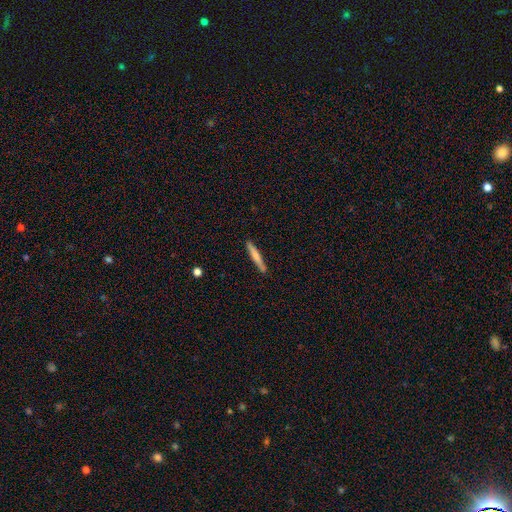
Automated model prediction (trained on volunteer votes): Q: Smooth or featured?
A: smooth (63%); runner-up: featured or disk (31%)
Q: How rounded?
A: cigar-shaped (95%); runner-up: in between (4%)
Q: Merging?
A: none (89%); runner-up: minor disturbance (8%)